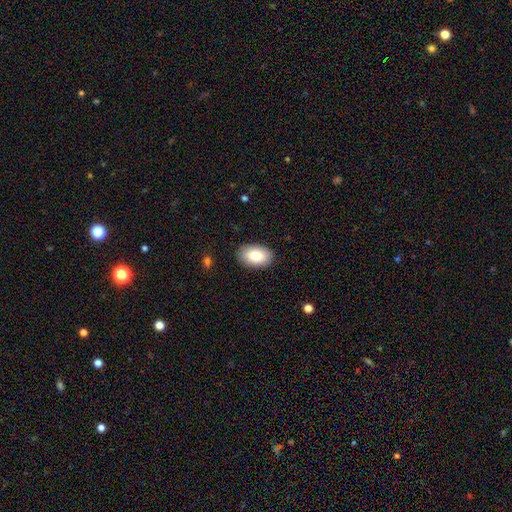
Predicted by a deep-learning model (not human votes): Overall: smooth (85%). How rounded: in between (93%). Merging: none (88%).